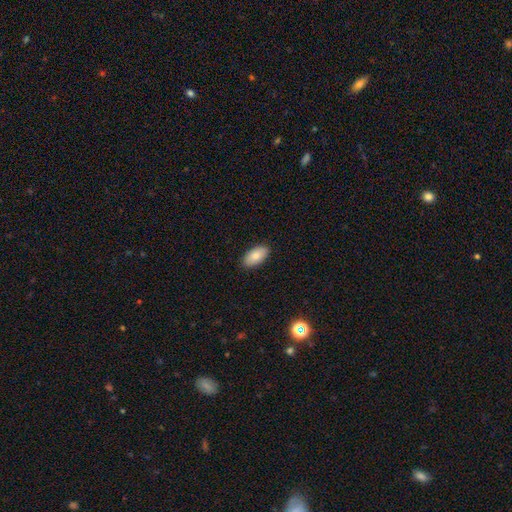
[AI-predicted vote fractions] Smooth or featured: smooth — 83% (featured or disk — 10%)
How rounded: in between — 95% (round — 3%)
Merging: none — 89% (minor disturbance — 8%)